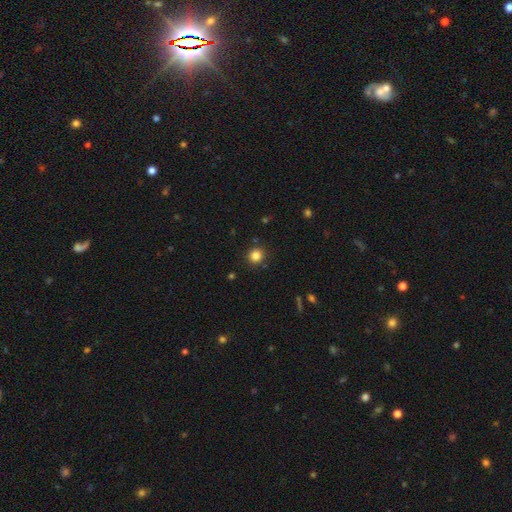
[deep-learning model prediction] Smooth or featured: smooth — 83% (star or artifact — 12%)
How rounded: round — 91% (in between — 8%)
Merging: none — 90% (minor disturbance — 7%)